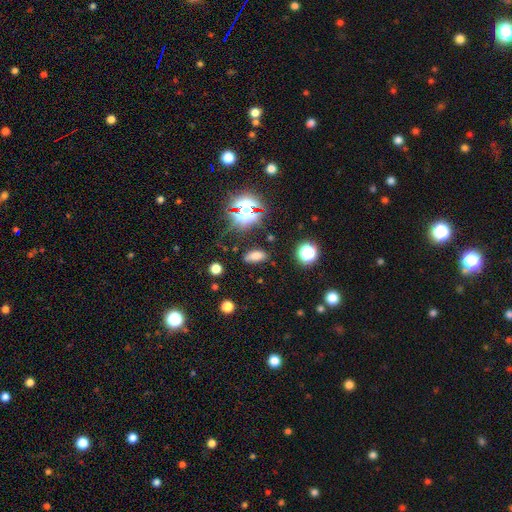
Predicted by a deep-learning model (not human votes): This appears to be a smooth galaxy with no disk features (70%) that is in between round and cigar-shaped (83%). Merging: none (82%).